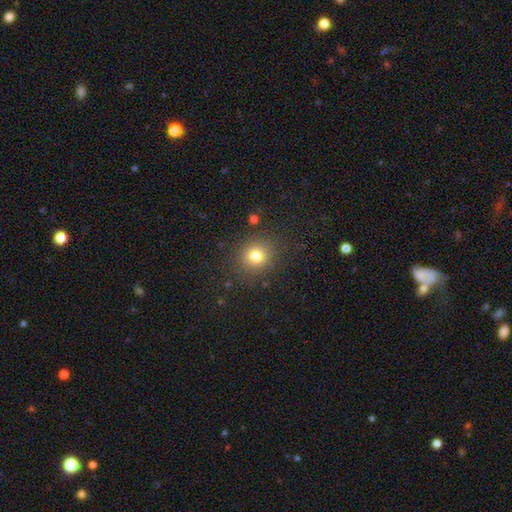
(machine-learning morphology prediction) Smooth or featured: smooth — 77% (star or artifact — 15%)
How rounded: round — 82% (in between — 17%)
Merging: none — 85% (minor disturbance — 9%)